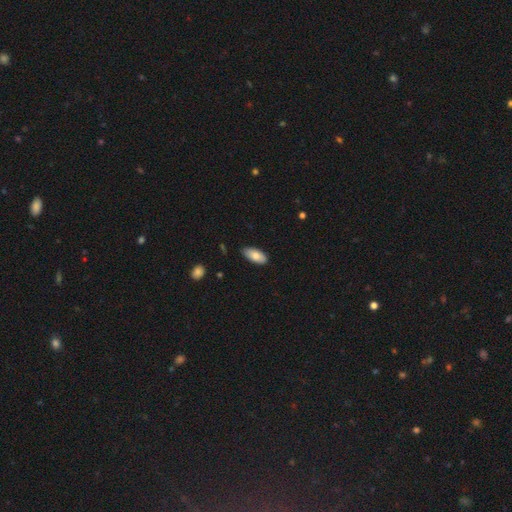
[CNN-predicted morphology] Overall: smooth (80%). How rounded: in between (90%). Merging: none (82%).